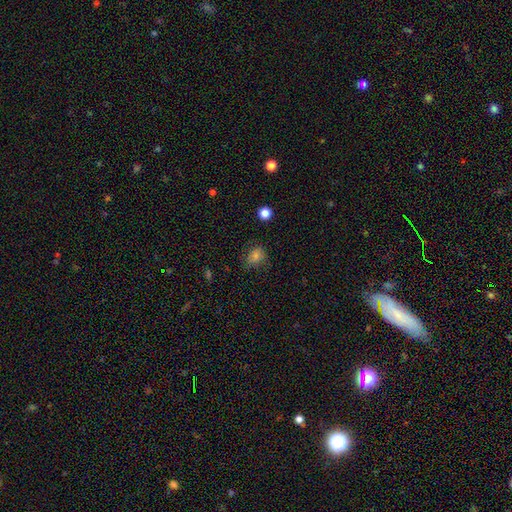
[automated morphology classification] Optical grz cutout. It shows a smooth galaxy with no disk features (73%) that is round (54%). Merging: none (69%).